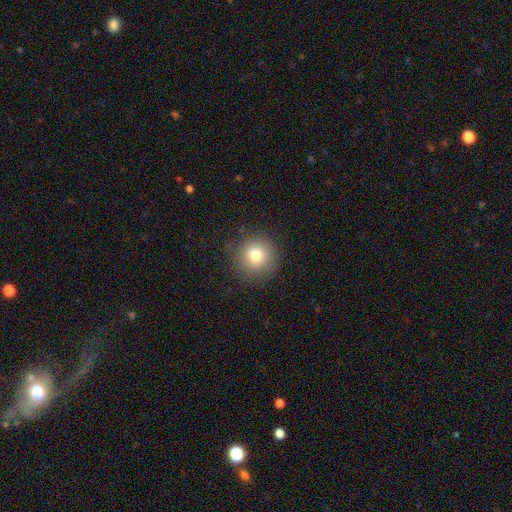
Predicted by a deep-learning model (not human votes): smooth-or-featured: smooth: 77% | star or artifact: 13% | featured or disk: 10%
  how-rounded: round: 95% | in between: 4% | cigar-shaped: 1%
  merging: none: 88% | minor disturbance: 8% | major disturbance: 3% | merger: 1%